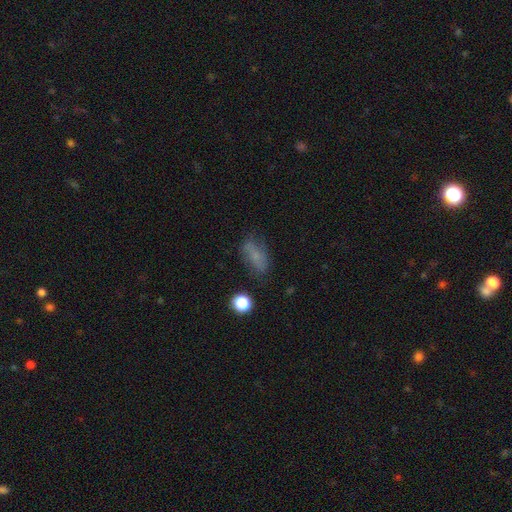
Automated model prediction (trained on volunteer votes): smooth 61%, featured or disk 24%, star or artifact 15%. Down the decision tree: how rounded — in between (81%); merging — none (62%).